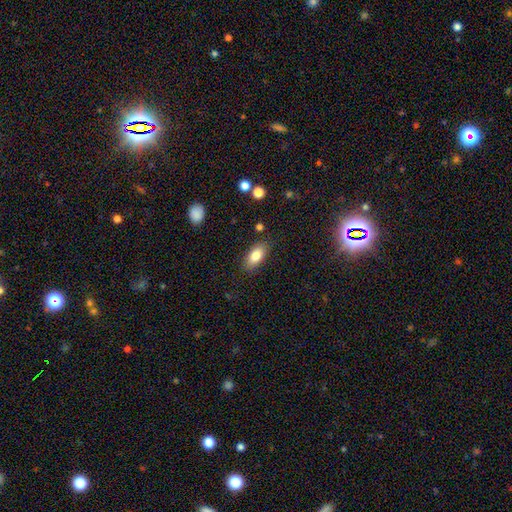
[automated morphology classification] Overall: smooth (82%). How rounded: in between (89%). Merging: none (85%).